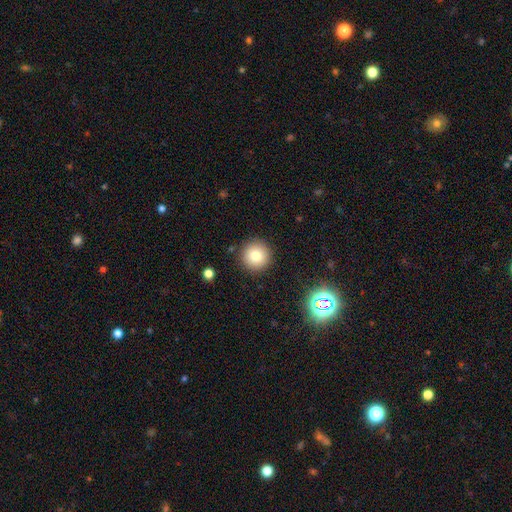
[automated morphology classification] Smooth or featured?
  - smooth: 80% *
  - star or artifact: 11%
  - featured or disk: 9%
How rounded?
  - round: 95% *
  - in between: 4%
  - cigar-shaped: 1%
Merging?
  - none: 89% *
  - minor disturbance: 7%
  - major disturbance: 2%
  - merger: 2%